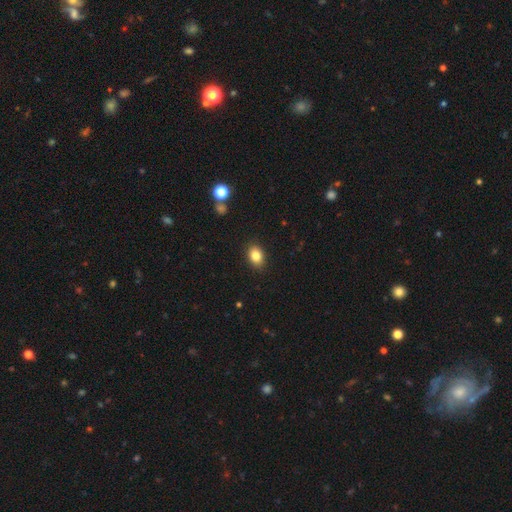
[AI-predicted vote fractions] A smooth galaxy with no disk features (84%) that is in between round and cigar-shaped (73%).

Vote fractions:
- Smooth or featured? smooth: 84% / star or artifact: 9% / featured or disk: 7%
- How rounded? in between: 73% / round: 25% / cigar-shaped: 1%
- Merging? none: 89% / minor disturbance: 8% / major disturbance: 2% / merger: 1%